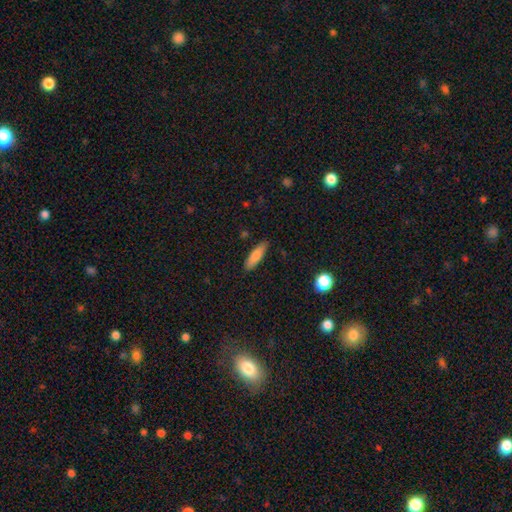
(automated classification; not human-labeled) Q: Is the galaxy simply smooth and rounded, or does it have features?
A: smooth — 81%.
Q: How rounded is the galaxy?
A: cigar-shaped — 59%.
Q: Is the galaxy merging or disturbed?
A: none — 86%.